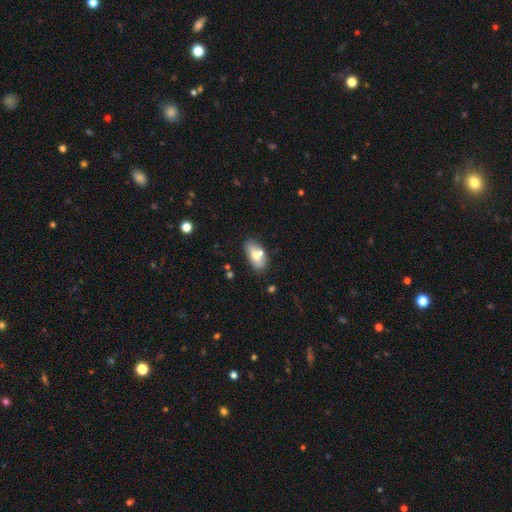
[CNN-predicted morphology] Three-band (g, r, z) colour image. It shows a smooth galaxy with no disk features (68%) that is in between round and cigar-shaped (89%). Merging: none (61%).